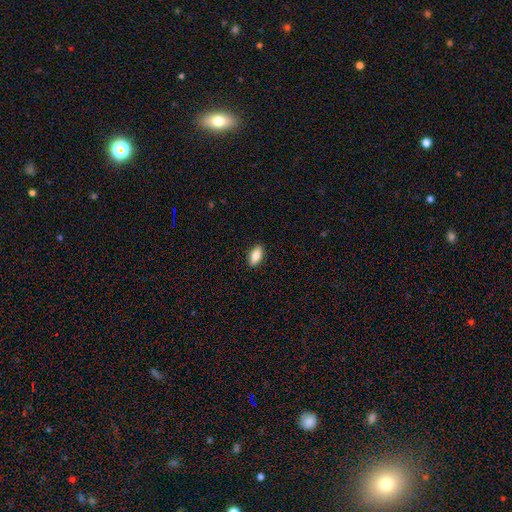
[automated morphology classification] type=smooth (86%); roundness=in between (88%); merging=none (89%).